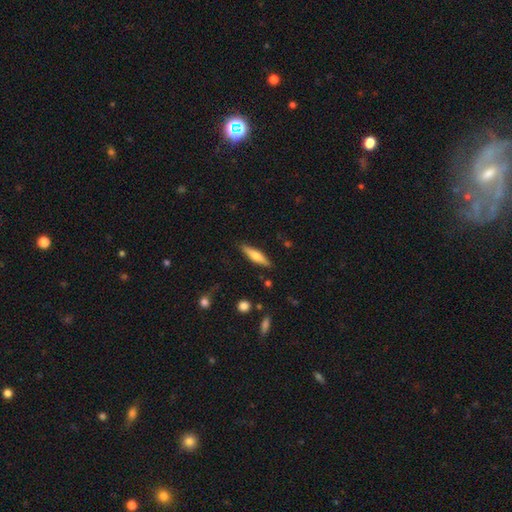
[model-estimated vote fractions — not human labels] Smooth or featured: smooth — 56% (featured or disk — 38%)
How rounded: cigar-shaped — 74% (in between — 24%)
Merging: none — 87% (minor disturbance — 10%)